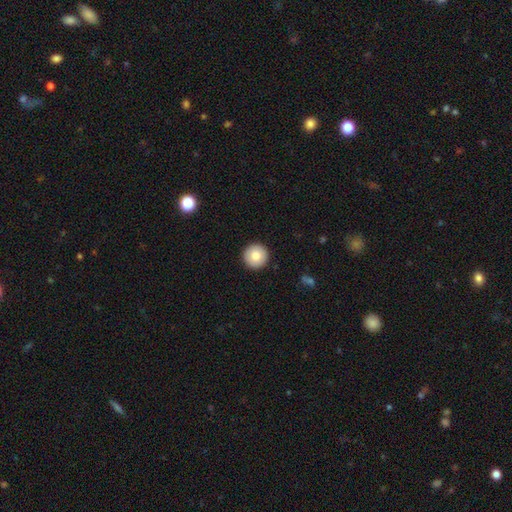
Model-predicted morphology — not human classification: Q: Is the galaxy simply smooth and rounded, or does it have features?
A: smooth — 83%.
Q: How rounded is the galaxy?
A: round — 96%.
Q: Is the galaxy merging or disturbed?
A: none — 93%.